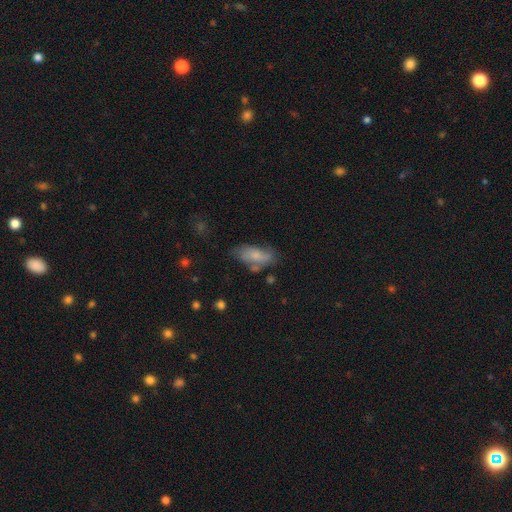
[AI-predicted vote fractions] This appears to be a smooth galaxy with no disk features (65%) that is in between round and cigar-shaped (83%). Merging: none (52%).